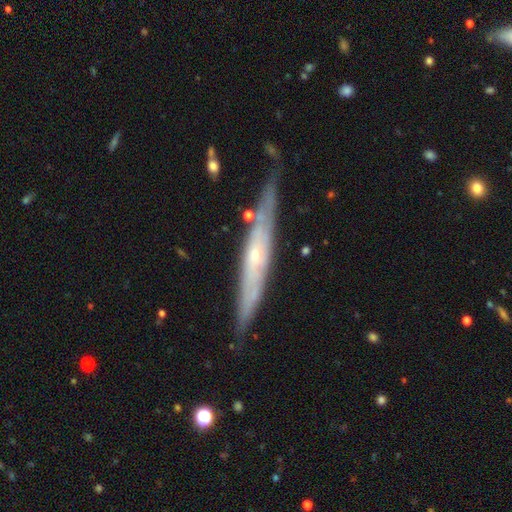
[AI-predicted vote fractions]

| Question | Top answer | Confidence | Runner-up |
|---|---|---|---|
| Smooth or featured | featured or disk | 73% | smooth (21%) |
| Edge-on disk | yes | 79% | no (21%) |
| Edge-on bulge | rounded | 57% | none (39%) |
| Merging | none | 78% | minor disturbance (16%) |